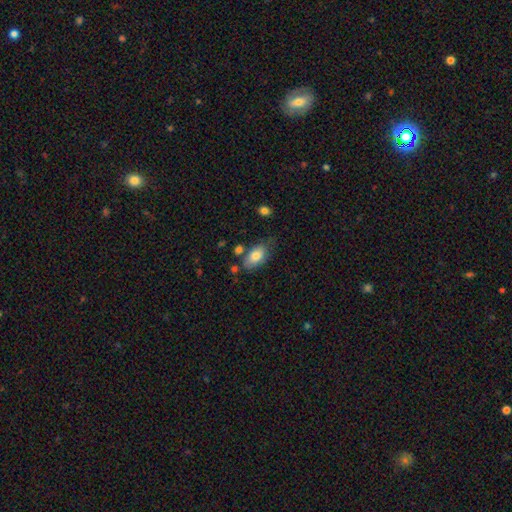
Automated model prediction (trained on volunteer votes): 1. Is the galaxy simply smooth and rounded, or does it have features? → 80% smooth, 13% featured or disk, 7% star or artifact.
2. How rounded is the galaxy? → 93% in between, 5% round, 3% cigar-shaped.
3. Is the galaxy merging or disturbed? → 64% none, 23% minor disturbance, 8% merger, 6% major disturbance.